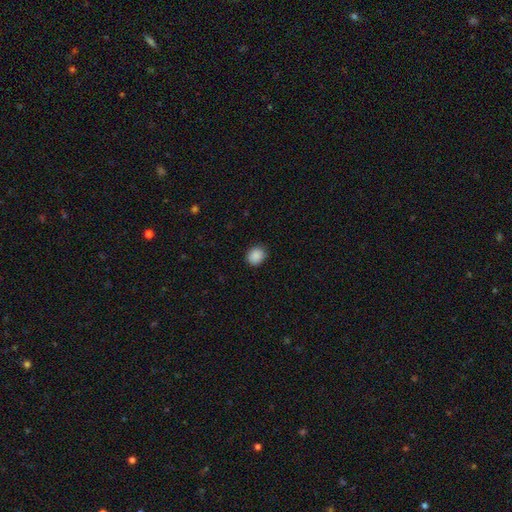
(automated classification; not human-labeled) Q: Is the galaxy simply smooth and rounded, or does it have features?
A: smooth — 89%.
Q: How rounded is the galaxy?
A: round — 65%.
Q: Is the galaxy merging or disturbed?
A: none — 88%.